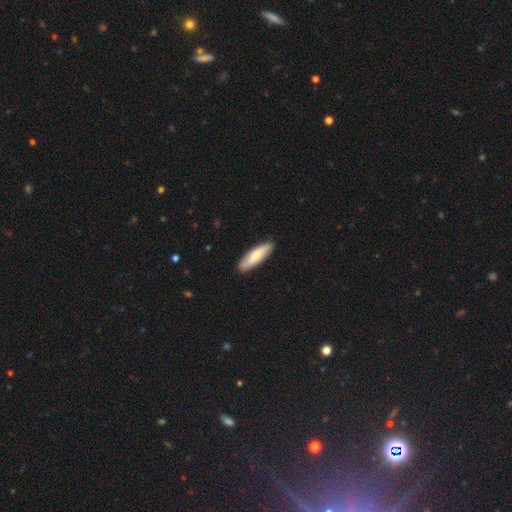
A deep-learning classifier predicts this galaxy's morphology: Smooth or featured: smooth — 67% (featured or disk — 28%)
How rounded: cigar-shaped — 62% (in between — 36%)
Merging: none — 89% (minor disturbance — 9%)